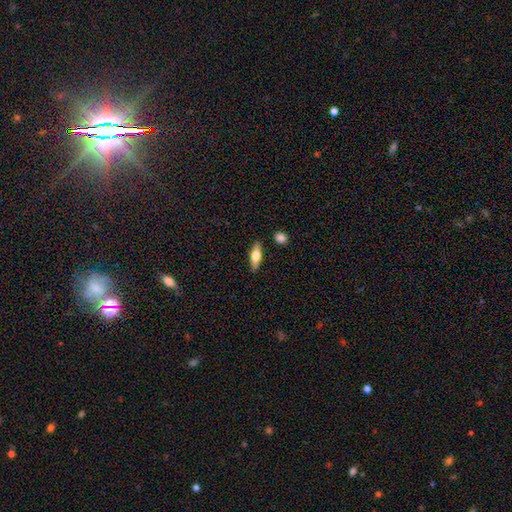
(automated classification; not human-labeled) Smooth or featured? Predicted: smooth (p=0.59). How rounded? Predicted: in between (p=0.57). Merging? Predicted: none (p=0.86).